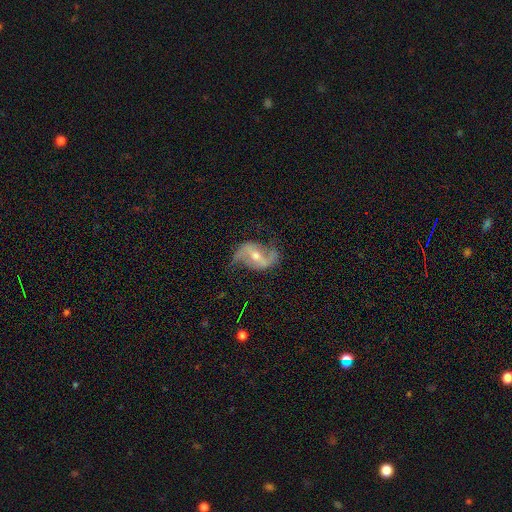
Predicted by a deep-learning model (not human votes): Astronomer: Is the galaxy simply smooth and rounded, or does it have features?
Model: featured or disk — 87%.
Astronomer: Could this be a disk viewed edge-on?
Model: no — 96%.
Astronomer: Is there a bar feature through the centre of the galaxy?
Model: weak — 39% (runner-up: strong, 38%).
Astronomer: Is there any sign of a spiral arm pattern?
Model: yes — 95%.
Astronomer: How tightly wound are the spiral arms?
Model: loose — 66%.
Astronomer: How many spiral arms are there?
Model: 2 — 93%.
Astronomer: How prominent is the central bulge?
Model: moderate — 56% (runner-up: small, 40%).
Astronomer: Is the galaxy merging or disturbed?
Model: none — 75%.